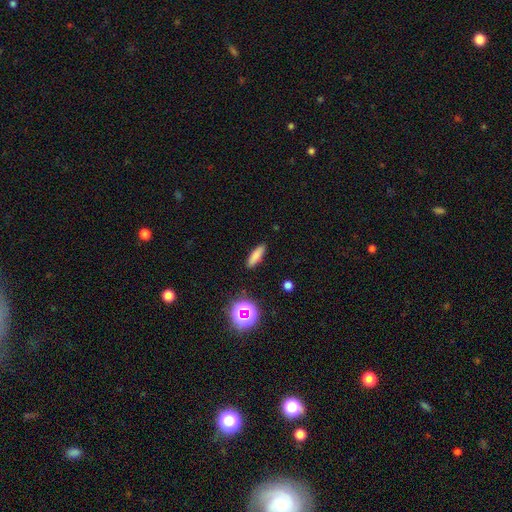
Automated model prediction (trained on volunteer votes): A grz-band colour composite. It shows a smooth galaxy with no disk features (79%) that is cigar-shaped (61%). Merging: none (89%).